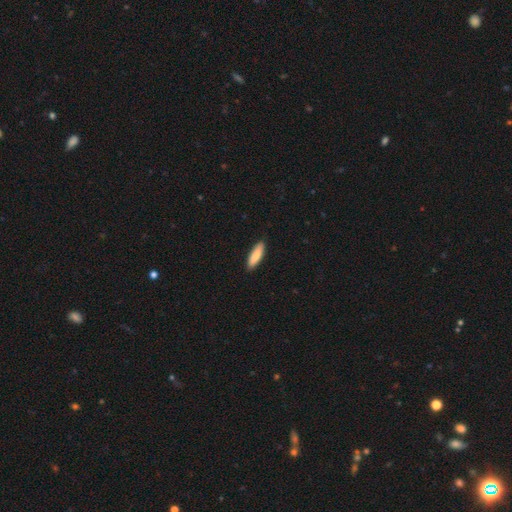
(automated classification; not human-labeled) Smooth or featured? Predicted: smooth (p=0.86). How rounded? Predicted: cigar-shaped (p=0.61). Merging? Predicted: none (p=0.90).